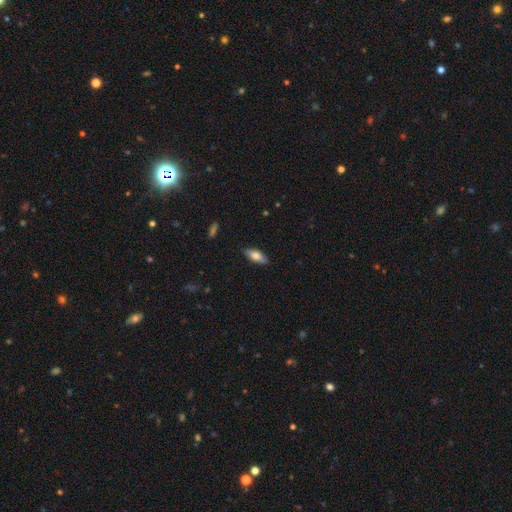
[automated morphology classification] Smooth or featured: smooth — 69% (featured or disk — 24%)
How rounded: in between — 73% (cigar-shaped — 25%)
Merging: none — 85% (minor disturbance — 12%)